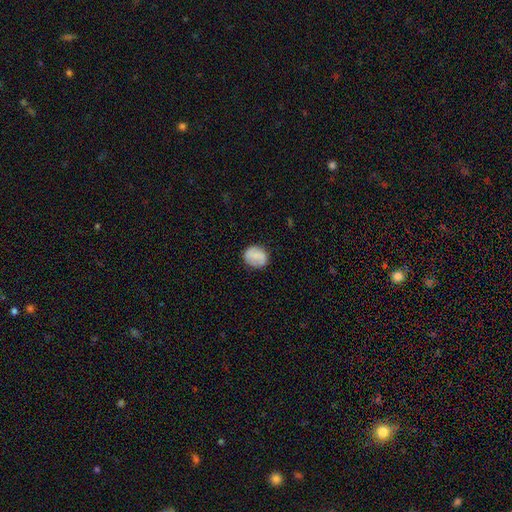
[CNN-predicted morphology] Overall: smooth (74%). How rounded: round (67%; in between 32%). Merging: none (82%).